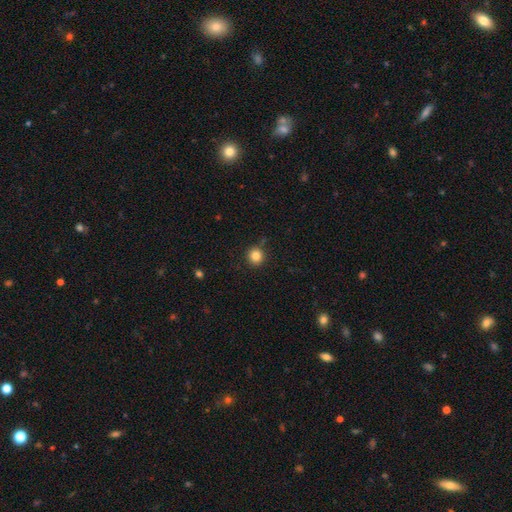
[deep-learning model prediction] Morphology: type=smooth (84%); roundness=round (93%); merging=none (87%).